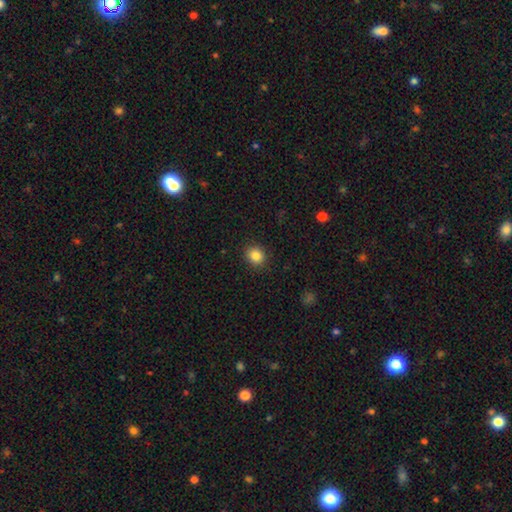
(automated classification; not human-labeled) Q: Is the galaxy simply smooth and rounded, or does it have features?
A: smooth — 85%.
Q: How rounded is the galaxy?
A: round — 79%.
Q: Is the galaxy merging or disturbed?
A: none — 90%.